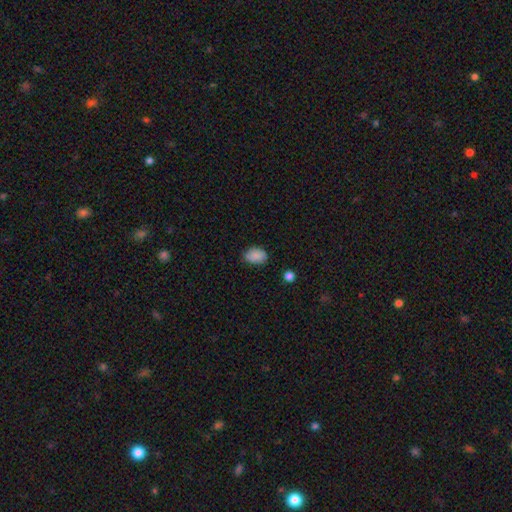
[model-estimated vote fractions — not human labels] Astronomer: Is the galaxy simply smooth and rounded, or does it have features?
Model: smooth — 87%.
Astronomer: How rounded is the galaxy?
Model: in between — 78%.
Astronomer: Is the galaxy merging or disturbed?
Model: none — 77%.